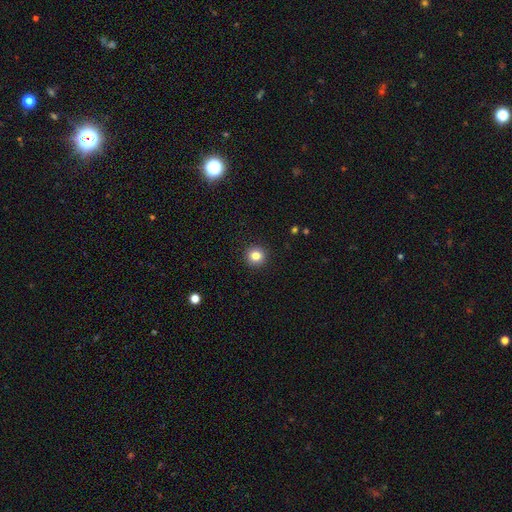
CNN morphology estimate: The model was most divided on "smooth or featured": smooth: 83%, star or artifact: 11%, featured or disk: 6%. More confident: how rounded — round (94%); merging — none (93%).